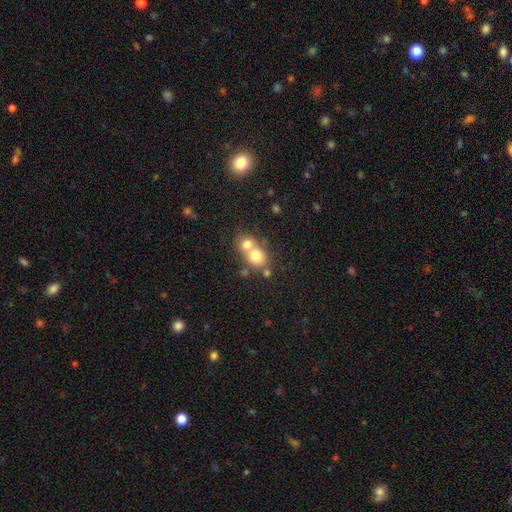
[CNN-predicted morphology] type=smooth (73%); roundness=round (71%); merging=merger (63%).